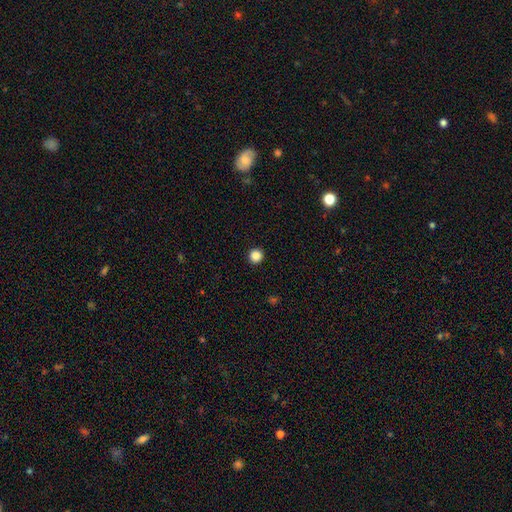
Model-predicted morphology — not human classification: Q: Smooth or featured?
A: smooth (87%); runner-up: star or artifact (10%)
Q: How rounded?
A: round (95%); runner-up: in between (4%)
Q: Merging?
A: none (93%); runner-up: minor disturbance (4%)